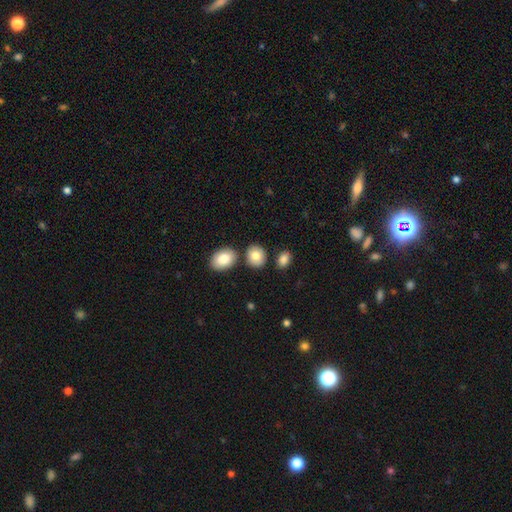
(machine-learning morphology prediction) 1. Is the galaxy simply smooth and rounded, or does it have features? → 83% smooth, 9% featured or disk, 8% star or artifact.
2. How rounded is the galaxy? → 52% round, 47% in between, 1% cigar-shaped.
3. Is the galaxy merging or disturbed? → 77% none, 10% minor disturbance, 10% merger, 3% major disturbance.